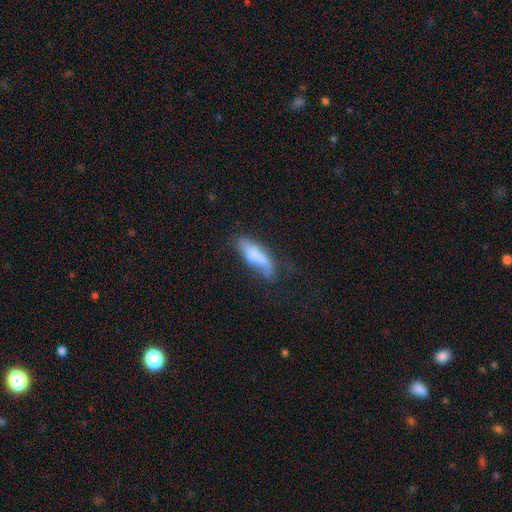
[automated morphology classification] Smooth or featured: smooth — 67% (featured or disk — 26%)
How rounded: in between — 58% (cigar-shaped — 39%)
Merging: none — 35% (minor disturbance — 34%)